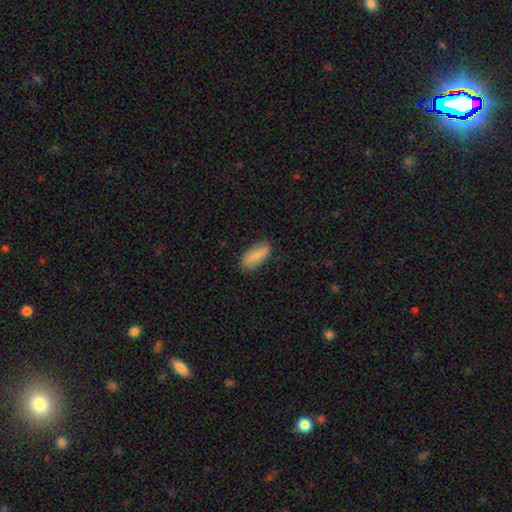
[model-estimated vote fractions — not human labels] smooth-or-featured: smooth: 75% | featured or disk: 19% | star or artifact: 6%
  how-rounded: in between: 80% | cigar-shaped: 17% | round: 3%
  merging: none: 81% | minor disturbance: 14% | major disturbance: 3% | merger: 1%